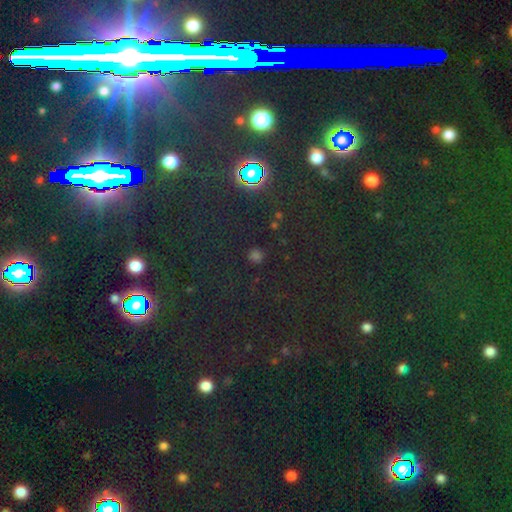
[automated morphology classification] type=star or artifact (49%).